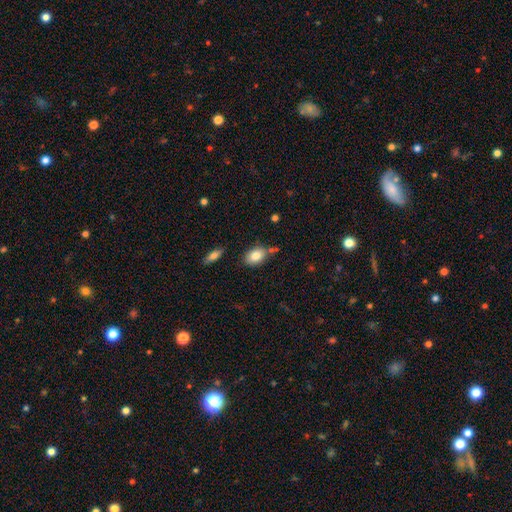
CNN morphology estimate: type=smooth (83%); roundness=in between (85%); merging=none (72%).